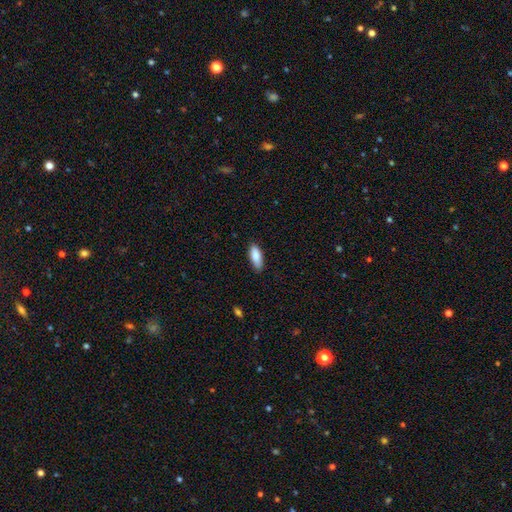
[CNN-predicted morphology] smooth 87%, featured or disk 7%, star or artifact 6%. Down the decision tree: how rounded — in between (74%); merging — none (84%).